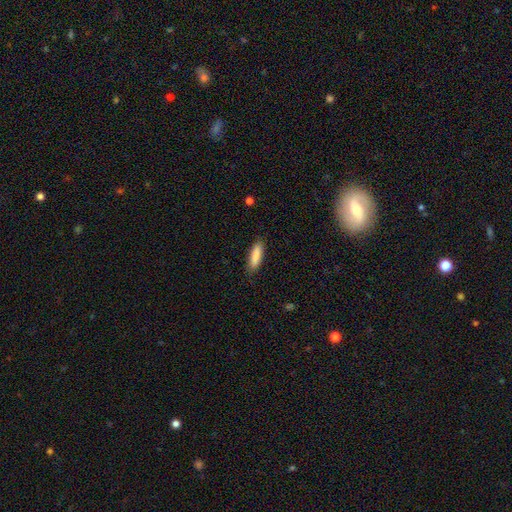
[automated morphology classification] The model was most divided on "how rounded": cigar-shaped: 66%, in between: 33%, round: 1%. More confident: merging — none (87%); smooth or featured — smooth (87%).